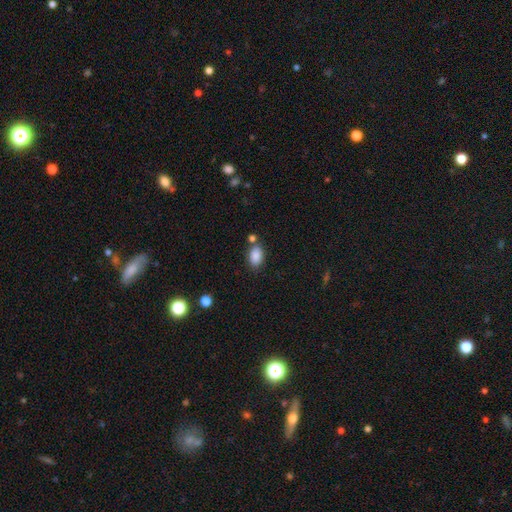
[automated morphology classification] This appears to be a smooth galaxy with no disk features (88%) that is in between round and cigar-shaped (88%). Merging: none (71%).